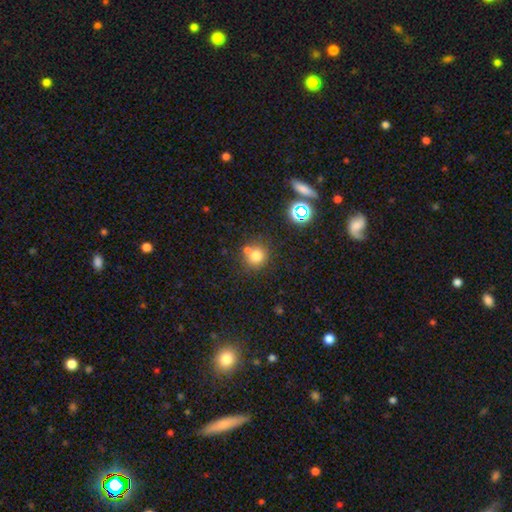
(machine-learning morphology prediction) type=smooth (76%); roundness=round (91%); merging=none (67%).